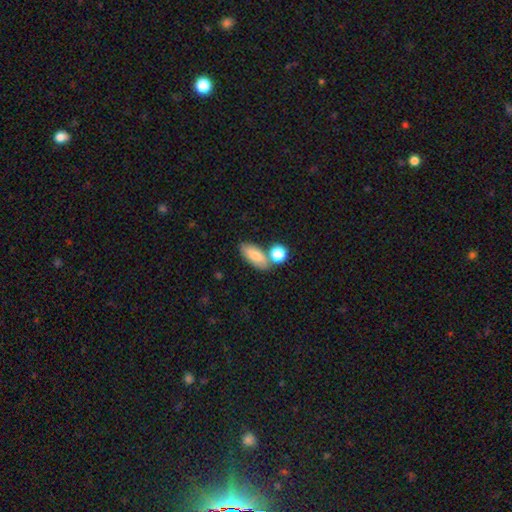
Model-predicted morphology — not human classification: A smooth galaxy with no disk features (82%) that is in between round and cigar-shaped (84%). Merging: none (60%).